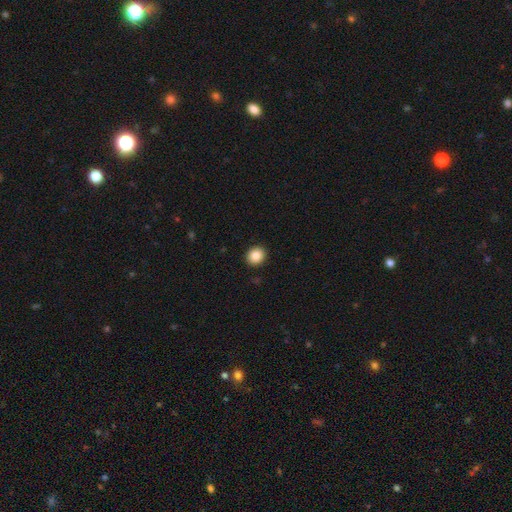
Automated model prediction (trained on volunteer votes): Q: Smooth or featured?
A: smooth (86%); runner-up: star or artifact (9%)
Q: How rounded?
A: round (78%); runner-up: in between (21%)
Q: Merging?
A: none (92%); runner-up: minor disturbance (6%)